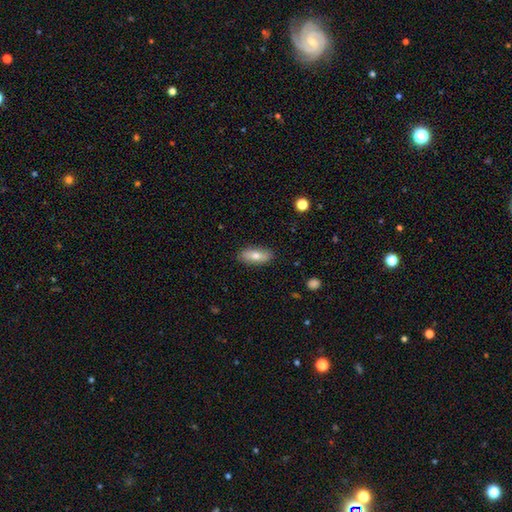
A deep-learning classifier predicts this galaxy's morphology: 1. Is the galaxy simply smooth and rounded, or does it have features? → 71% smooth, 22% featured or disk, 7% star or artifact.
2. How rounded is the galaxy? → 78% in between, 19% cigar-shaped, 3% round.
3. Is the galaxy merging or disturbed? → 86% none, 10% minor disturbance, 2% major disturbance, 1% merger.